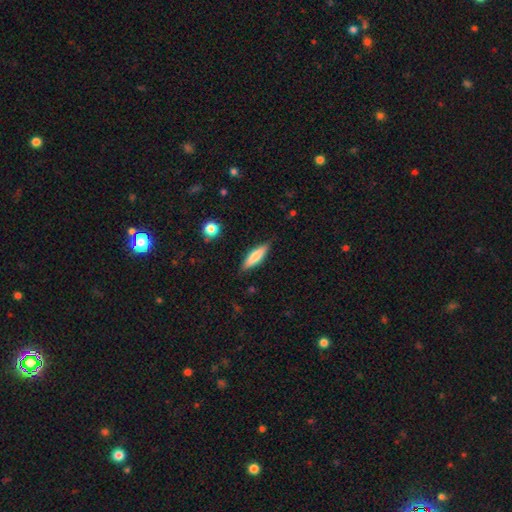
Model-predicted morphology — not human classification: smooth 71%, featured or disk 23%, star or artifact 6%. Down the decision tree: how rounded — cigar-shaped (66%); merging — none (85%).